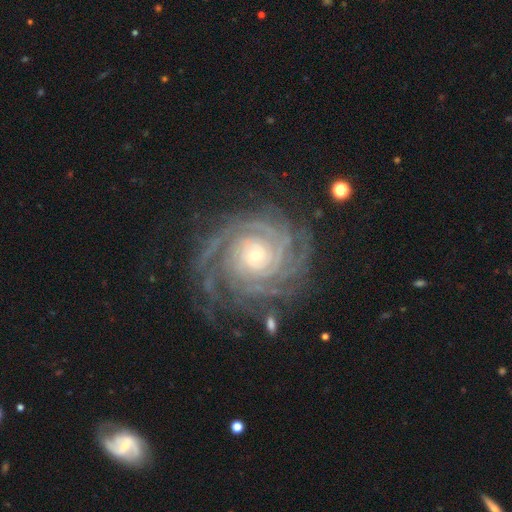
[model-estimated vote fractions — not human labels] This is clearly a featured or disk galaxy (91%). It is clearly not viewed edge-on (98%). Bar: likely no (76%). Spiral arm pattern: clearly yes (98%). Spiral arm count: marginally more than 4 (26%). Spiral winding: clearly tight (83%). Central bulge: likely small (69%). Merging: likely none (76%).